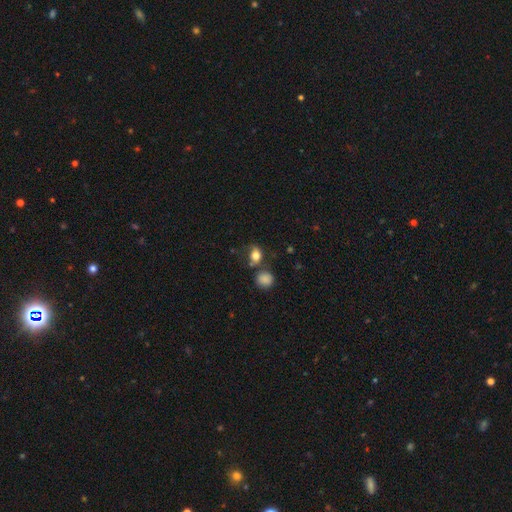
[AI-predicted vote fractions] This appears to be a smooth galaxy with no disk features (78%) that is in between round and cigar-shaped (56%). Merging: none (52%).